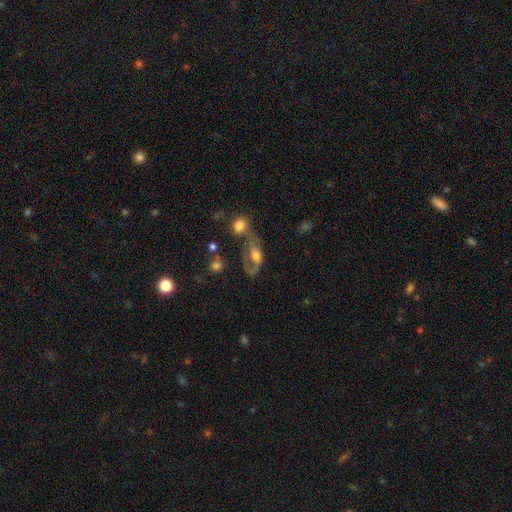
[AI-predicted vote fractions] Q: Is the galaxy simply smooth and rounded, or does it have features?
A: featured or disk — 48%.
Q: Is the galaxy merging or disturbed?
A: merger — 38%.